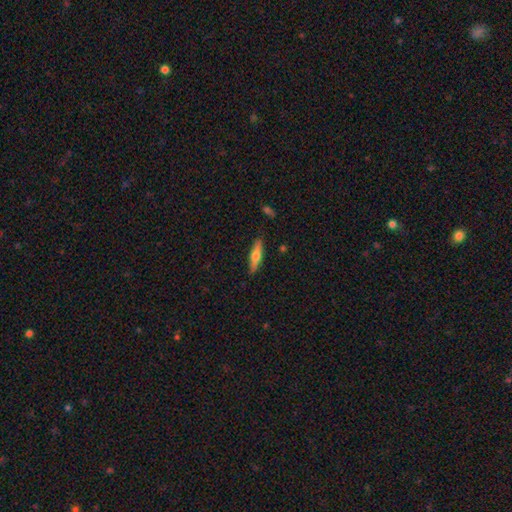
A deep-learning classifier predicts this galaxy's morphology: Smooth or featured? Predicted: smooth (p=0.50). Merging? Predicted: none (p=0.87).